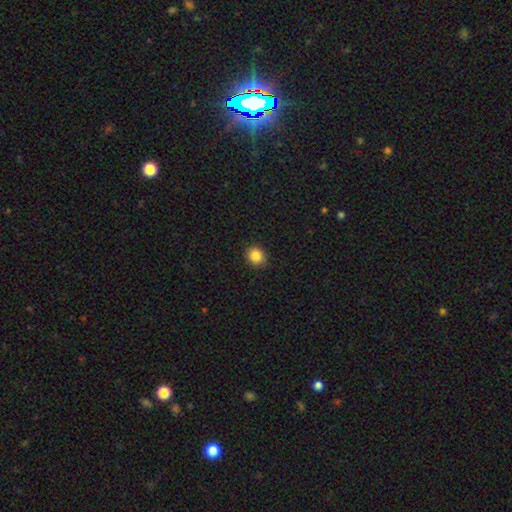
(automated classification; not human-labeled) Smooth or featured? smooth (87%)
How rounded? round (77%)
Merging? none (90%)